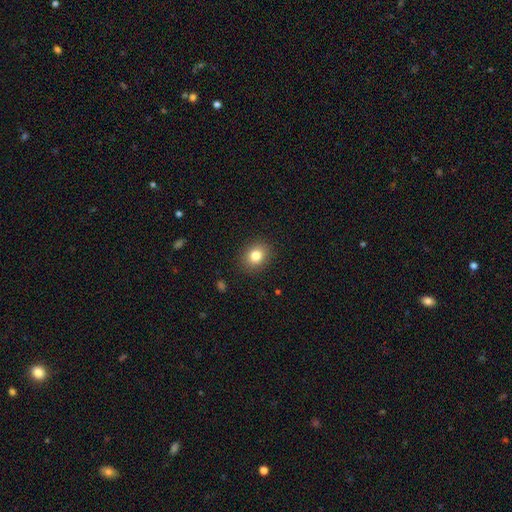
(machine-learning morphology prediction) This is clearly a smooth galaxy (82%). How rounded: likely round (65%). Merging: clearly none (89%).